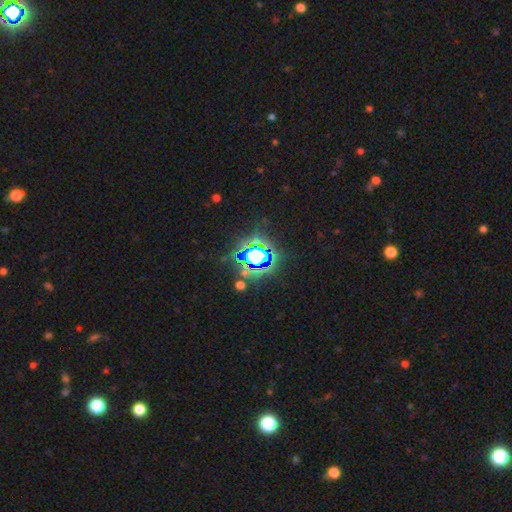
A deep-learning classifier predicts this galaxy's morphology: This is likely a star or artifact rather than a galaxy (73%).